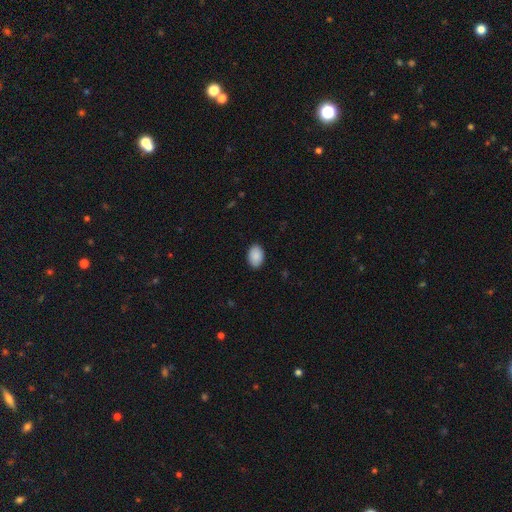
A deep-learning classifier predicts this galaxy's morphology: A smooth galaxy with no disk features (90%) that is in between round and cigar-shaped (85%). Merging: none (89%).